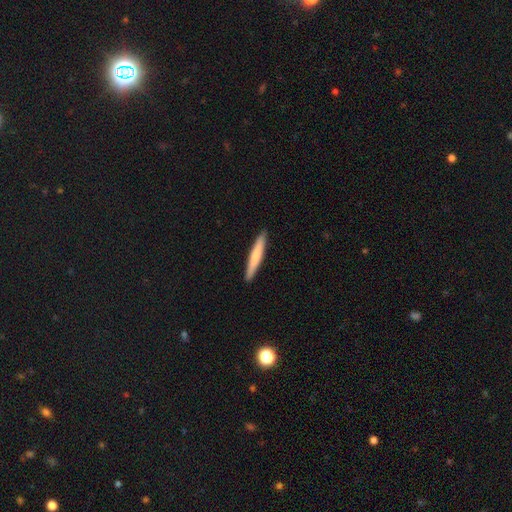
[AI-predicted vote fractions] smooth 70%, featured or disk 25%, star or artifact 5%. Down the decision tree: how rounded — cigar-shaped (95%); merging — none (92%).